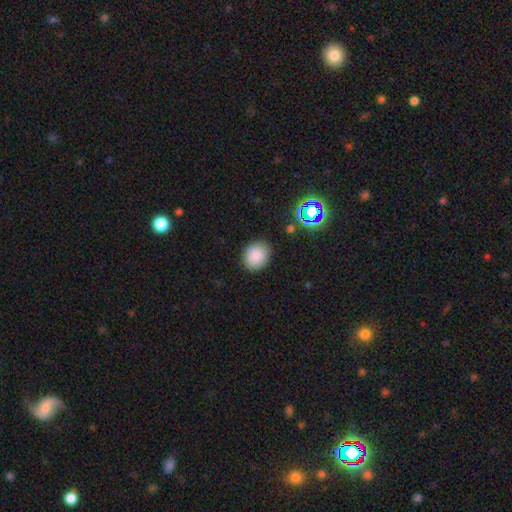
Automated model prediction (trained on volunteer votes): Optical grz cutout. It shows a smooth galaxy with no disk features (85%) that is round (61%). Merging: none (87%).